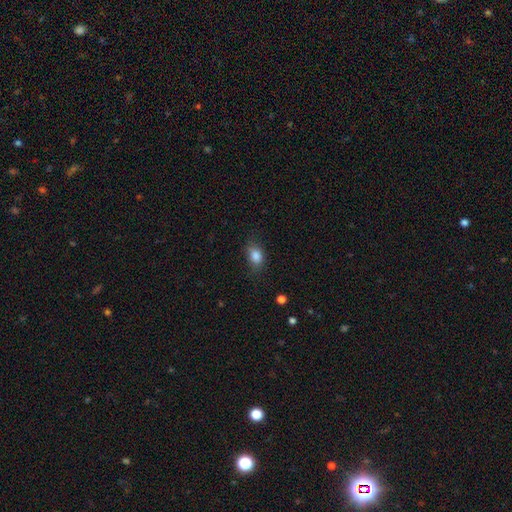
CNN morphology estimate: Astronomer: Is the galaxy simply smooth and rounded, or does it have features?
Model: smooth — 85%.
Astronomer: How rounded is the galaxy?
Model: in between — 72%.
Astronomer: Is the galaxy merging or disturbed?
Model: none — 71%.